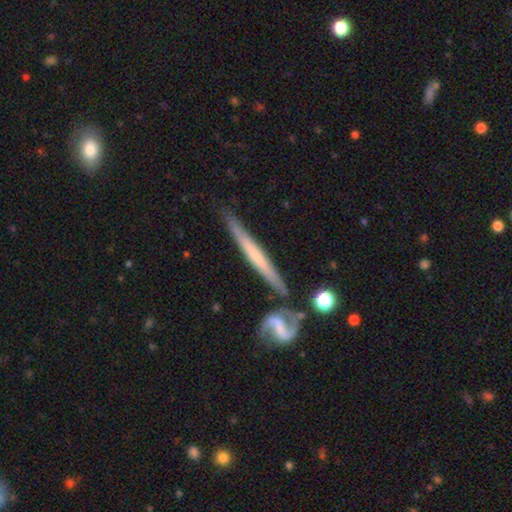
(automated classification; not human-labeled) Smooth or featured?
  - featured or disk: 62% *
  - smooth: 32%
  - star or artifact: 6%
Edge-on disk?
  - yes: 88% *
  - no: 12%
Edge-on bulge?
  - none: 69% *
  - rounded: 23%
  - boxy: 8%
Merging?
  - none: 74% *
  - minor disturbance: 14%
  - merger: 9%
  - major disturbance: 3%